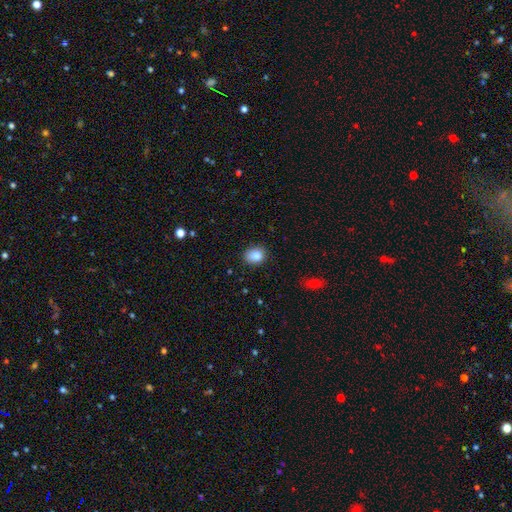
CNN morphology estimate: Overall: smooth (86%). How rounded: round (55%; in between 44%). Merging: none (83%).